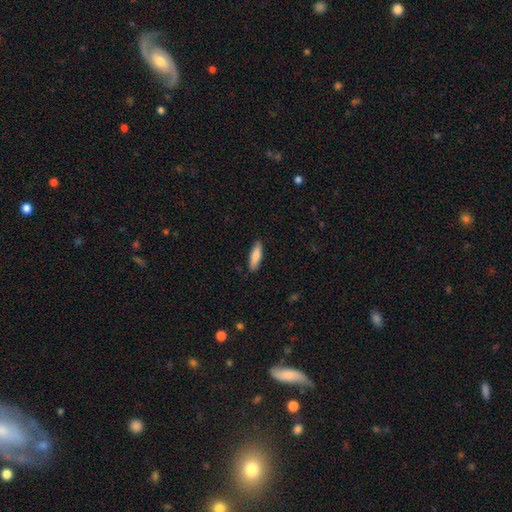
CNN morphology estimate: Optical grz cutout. It shows a smooth galaxy with no disk features (83%) that is cigar-shaped (59%). Merging: none (88%).